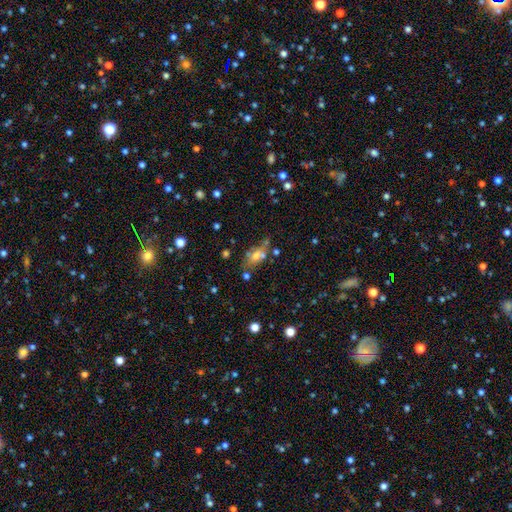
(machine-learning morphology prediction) smooth 58%, featured or disk 26%, star or artifact 17%. Down the decision tree: how rounded — in between (79%); merging — none (47%).